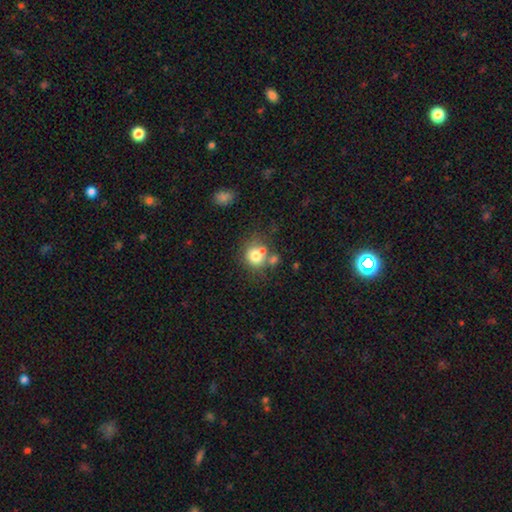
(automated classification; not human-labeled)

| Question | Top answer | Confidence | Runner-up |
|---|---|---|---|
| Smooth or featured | smooth | 76% | featured or disk (13%) |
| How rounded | round | 80% | in between (19%) |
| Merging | none | 53% | merger (29%) |